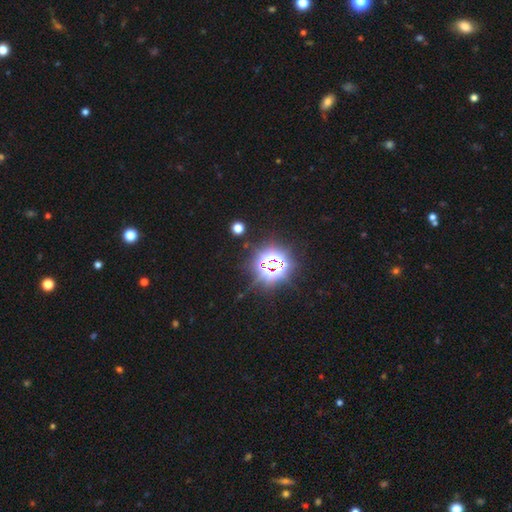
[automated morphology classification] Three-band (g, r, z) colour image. It shows a star or artifact, not a galaxy (84%).